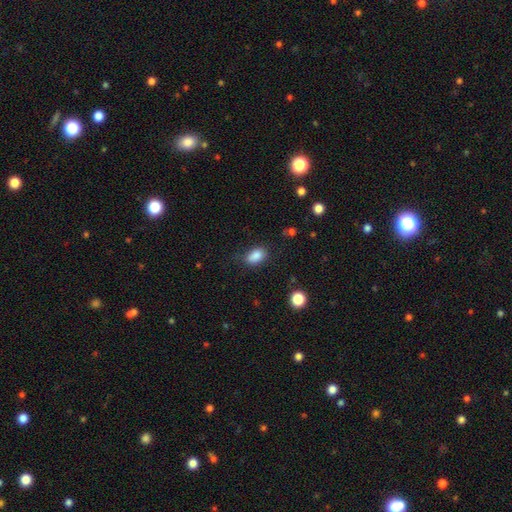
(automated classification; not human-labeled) smooth_or_featured: smooth (p=0.86) [alt: star or artifact p=0.09]
how_rounded: in between (p=0.87) [alt: round p=0.11]
merging: none (p=0.75) [alt: minor disturbance p=0.18]